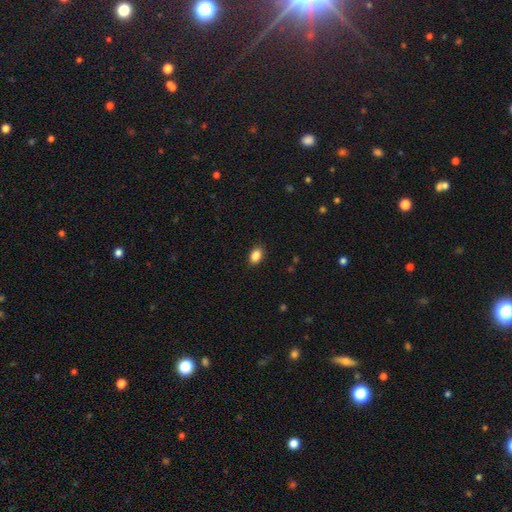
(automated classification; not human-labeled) Overall: smooth (87%). How rounded: in between (82%). Merging: none (88%).